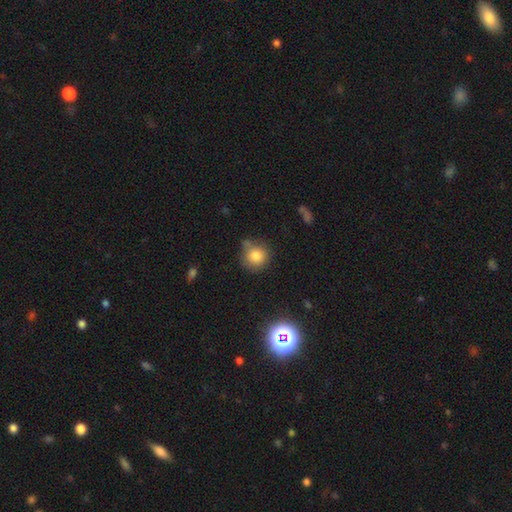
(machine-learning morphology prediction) This appears to be a smooth galaxy with no disk features (81%) that is round (90%). Merging: none (69%).